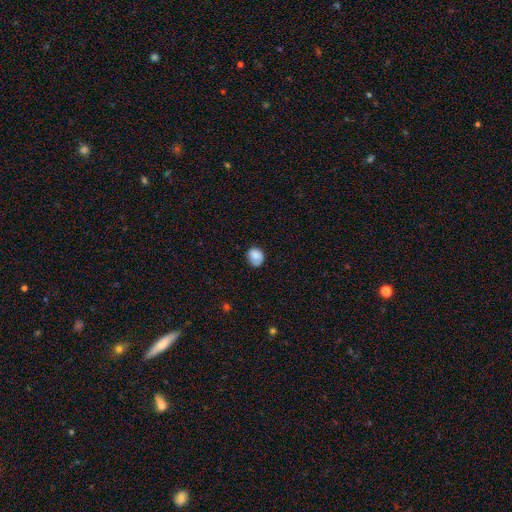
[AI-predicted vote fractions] This is clearly a smooth galaxy (83%). How rounded: likely round (60%). Merging: likely none (69%).